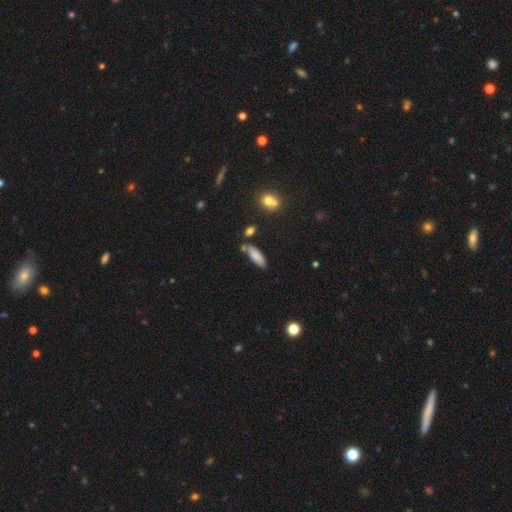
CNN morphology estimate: type=smooth (81%); roundness=in between (52%); merging=none (66%).